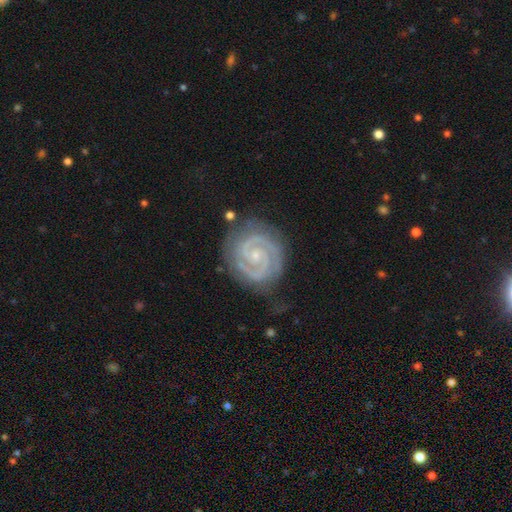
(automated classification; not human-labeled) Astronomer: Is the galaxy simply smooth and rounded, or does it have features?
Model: featured or disk — 92%.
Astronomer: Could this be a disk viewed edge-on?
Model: no — 98%.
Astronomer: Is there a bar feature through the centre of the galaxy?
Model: no — 58%.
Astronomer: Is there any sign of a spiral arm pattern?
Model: yes — 99%.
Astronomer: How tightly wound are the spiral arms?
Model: tight — 77%.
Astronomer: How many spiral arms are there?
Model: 2 — 88%.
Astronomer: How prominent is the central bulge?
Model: small — 76%.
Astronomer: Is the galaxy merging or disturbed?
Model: none — 79%.